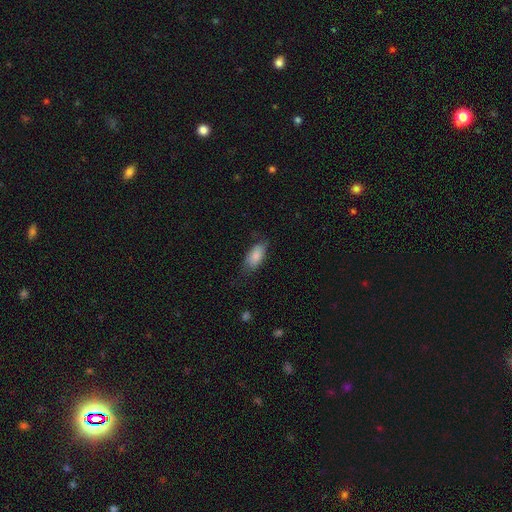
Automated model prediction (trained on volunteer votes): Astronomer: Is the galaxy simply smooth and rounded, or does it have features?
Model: smooth — 83%.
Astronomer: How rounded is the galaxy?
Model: in between — 89%.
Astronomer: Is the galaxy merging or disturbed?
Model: none — 66%.